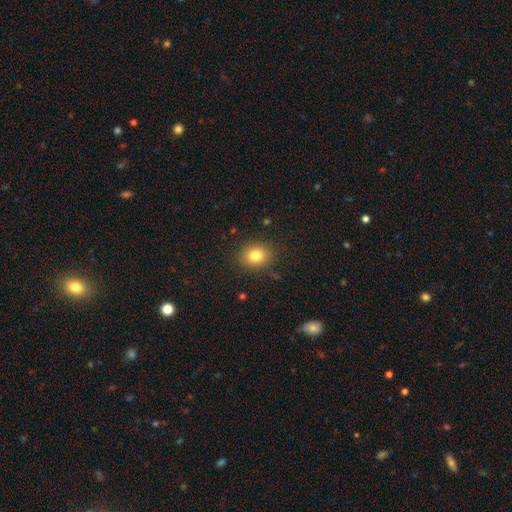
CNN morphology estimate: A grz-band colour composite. It shows a smooth galaxy with no disk features (81%) that is round (58%). Merging: none (87%).